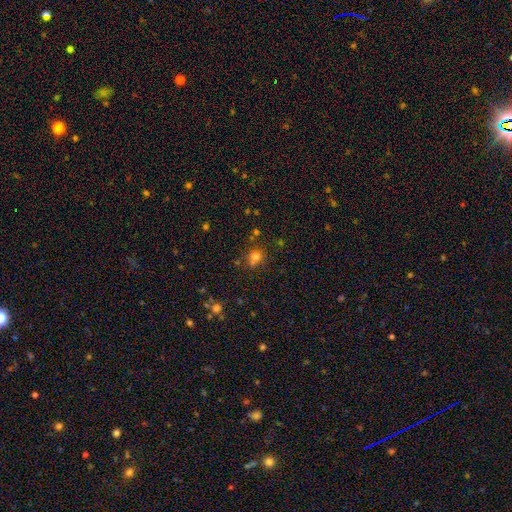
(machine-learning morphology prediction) A smooth galaxy with no disk features (71%) that is round (81%). Merging: none (61%).